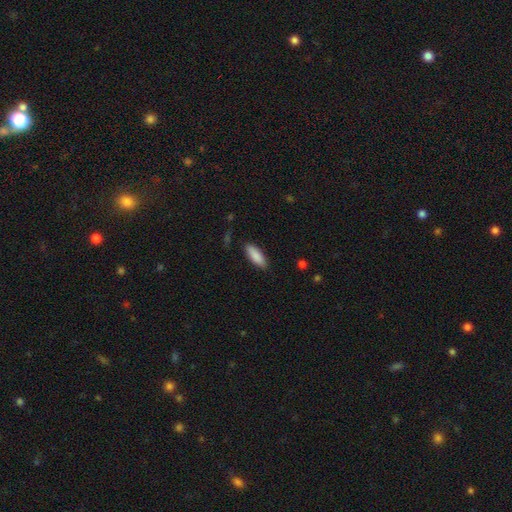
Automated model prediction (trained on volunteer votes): Smooth or featured?
  - smooth: 88% *
  - featured or disk: 6%
  - star or artifact: 6%
How rounded?
  - in between: 66% *
  - cigar-shaped: 32%
  - round: 2%
Merging?
  - none: 86% *
  - minor disturbance: 10%
  - major disturbance: 2%
  - merger: 1%